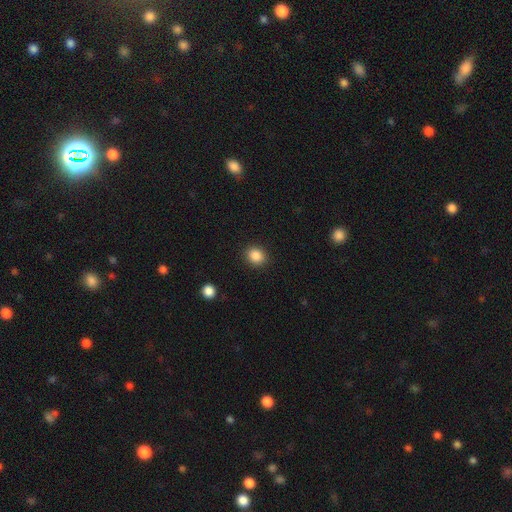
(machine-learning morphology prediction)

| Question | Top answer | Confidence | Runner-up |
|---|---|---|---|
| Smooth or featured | smooth | 87% | star or artifact (10%) |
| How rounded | round | 74% | in between (26%) |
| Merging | none | 90% | minor disturbance (7%) |